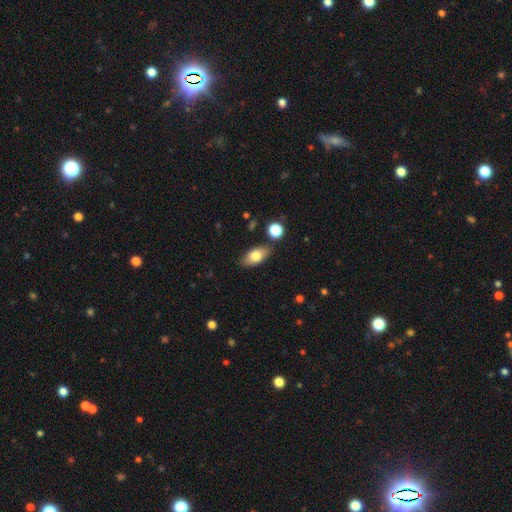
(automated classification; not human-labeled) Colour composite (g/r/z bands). It shows a smooth galaxy with no disk features (77%) that is in between round and cigar-shaped (89%). Merging: none (81%).